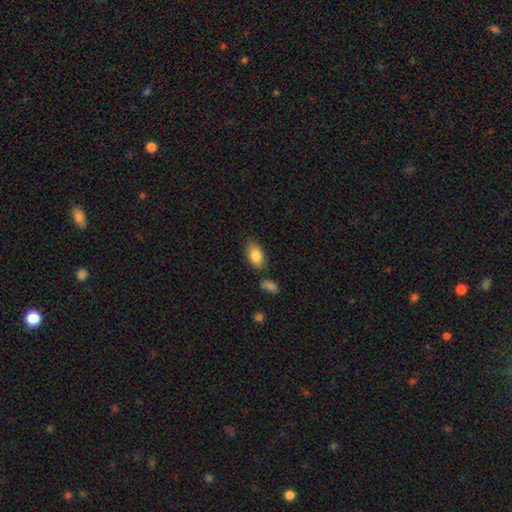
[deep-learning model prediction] Smooth or featured? Predicted: smooth (p=0.83). How rounded? Predicted: in between (p=0.91). Merging? Predicted: none (p=0.75).